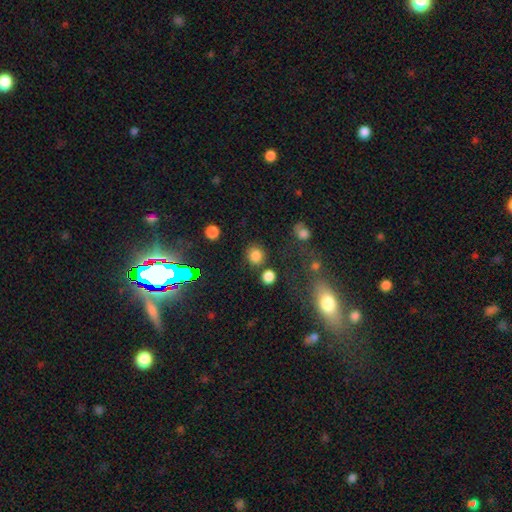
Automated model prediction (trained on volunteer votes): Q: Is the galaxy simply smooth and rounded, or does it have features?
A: smooth — 80%.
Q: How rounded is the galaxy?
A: round — 87%.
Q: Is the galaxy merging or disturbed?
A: none — 79%.